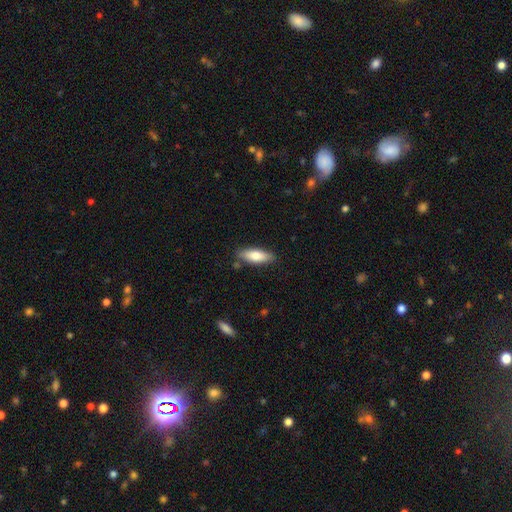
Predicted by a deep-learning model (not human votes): Morphology: type=smooth (76%); roundness=in between (61%); merging=none (82%).